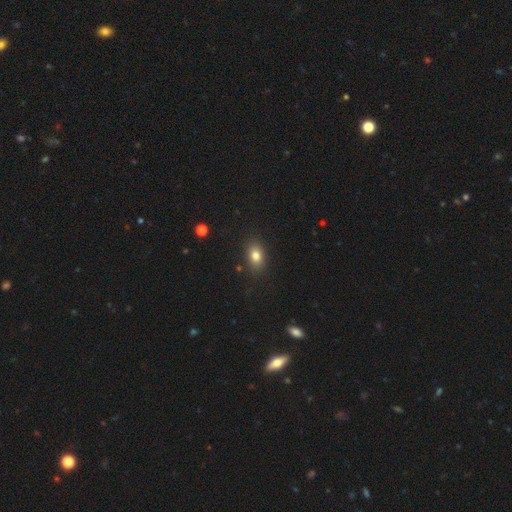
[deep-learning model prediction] A smooth galaxy with no disk features (79%) that is in between round and cigar-shaped (79%).

Vote fractions:
- Smooth or featured? smooth: 79% / star or artifact: 11% / featured or disk: 10%
- How rounded? in between: 79% / round: 19% / cigar-shaped: 3%
- Merging? none: 85% / minor disturbance: 10% / major disturbance: 3% / merger: 2%